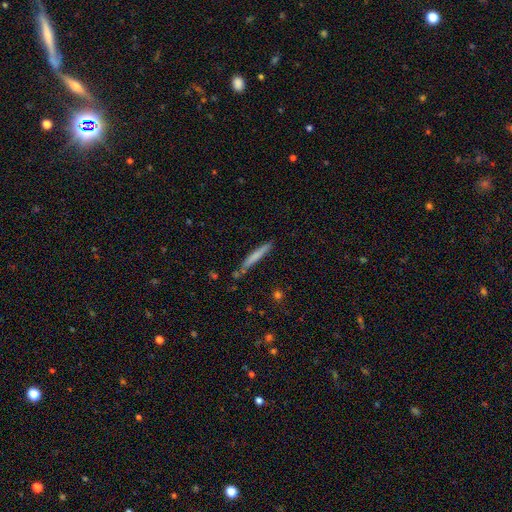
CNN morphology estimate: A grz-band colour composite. It shows a smooth galaxy with no disk features (69%) that is cigar-shaped (96%). Merging: none (78%).